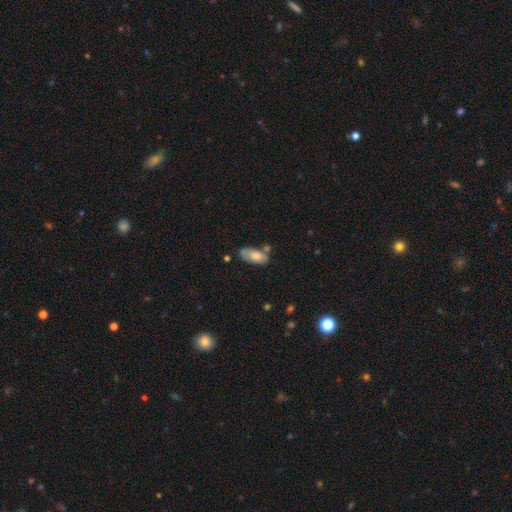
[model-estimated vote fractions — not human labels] Smooth or featured: smooth — 71% (featured or disk — 22%)
How rounded: in between — 89% (cigar-shaped — 8%)
Merging: none — 48% (minor disturbance — 27%)